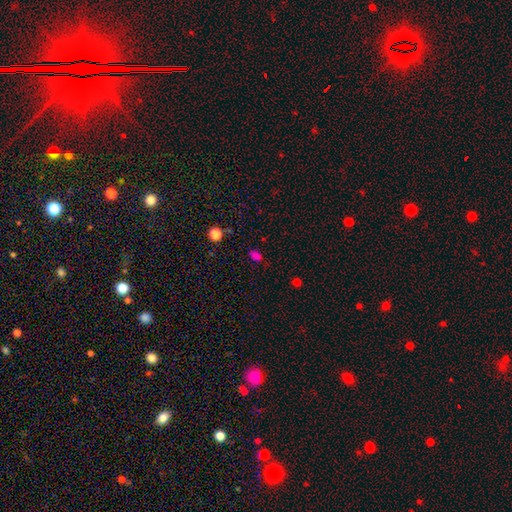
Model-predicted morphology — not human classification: smooth-or-featured: smooth: 65% | star or artifact: 29% | featured or disk: 5%
  how-rounded: in between: 78% | round: 19% | cigar-shaped: 3%
  merging: none: 74% | minor disturbance: 16% | major disturbance: 6% | merger: 4%